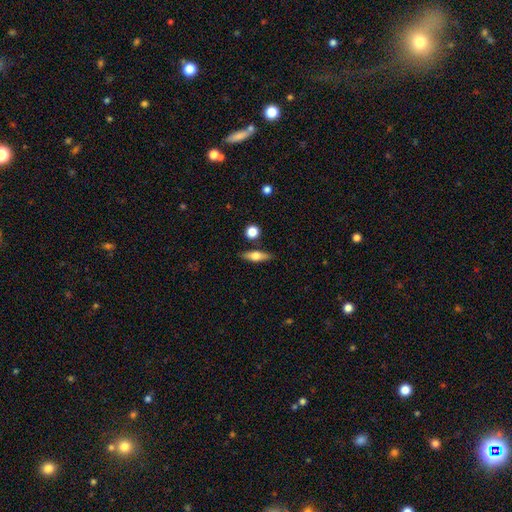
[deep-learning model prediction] Smooth or featured? smooth (57%)
How rounded? cigar-shaped (49%)
Merging? none (83%)